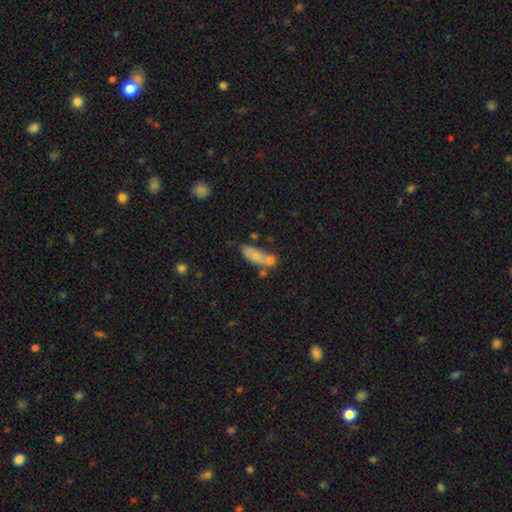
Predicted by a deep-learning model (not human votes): Smooth or featured? smooth (68%)
How rounded? in between (68%)
Merging? none (36%)